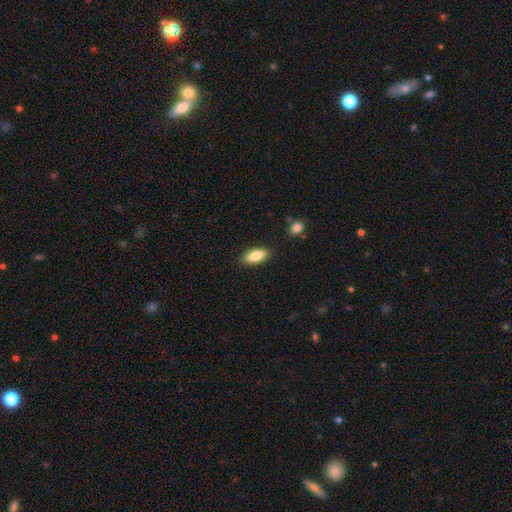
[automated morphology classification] A smooth galaxy with no disk features (86%) that is in between round and cigar-shaped (86%). Merging: none (87%).